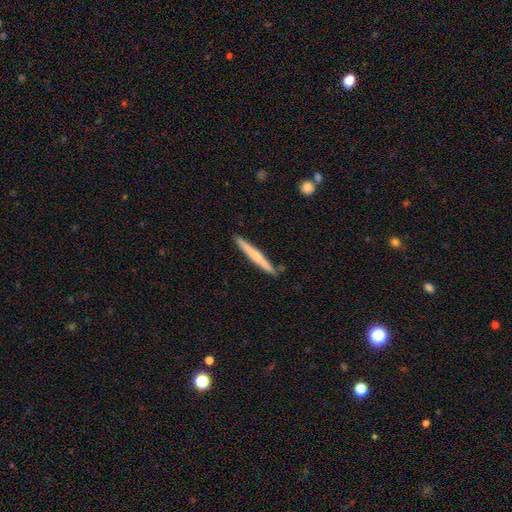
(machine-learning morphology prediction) smooth-or-featured: smooth: 57% | featured or disk: 37% | star or artifact: 5%
  how-rounded: cigar-shaped: 97% | in between: 2% | round: 1%
  merging: none: 88% | minor disturbance: 9% | merger: 2% | major disturbance: 1%